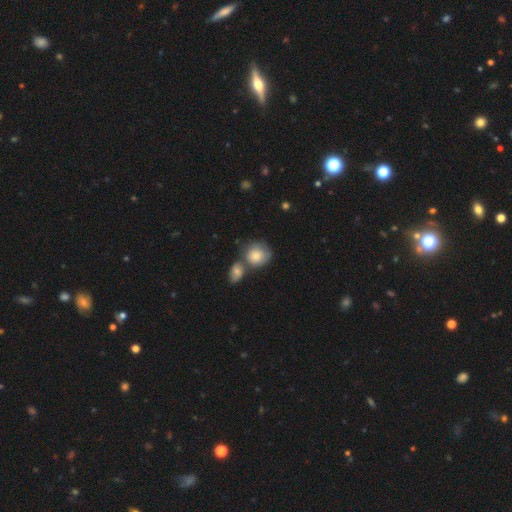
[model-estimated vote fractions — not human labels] Morphology: type=smooth (73%); roundness=round (79%); merging=none (40%).